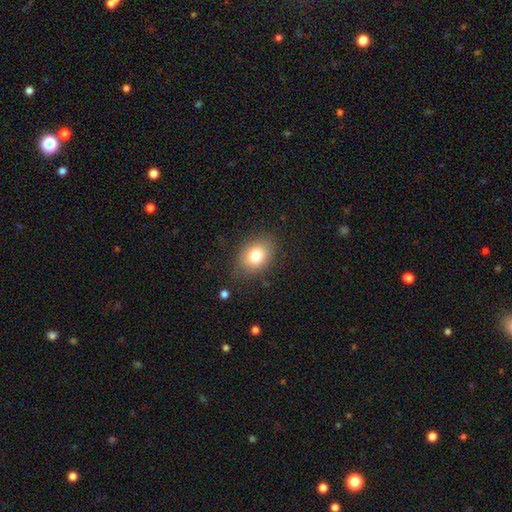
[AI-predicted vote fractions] Smooth or featured?
  - smooth: 80% *
  - featured or disk: 10%
  - star or artifact: 10%
How rounded?
  - in between: 63% *
  - round: 36%
  - cigar-shaped: 1%
Merging?
  - none: 82% *
  - minor disturbance: 13%
  - major disturbance: 4%
  - merger: 1%